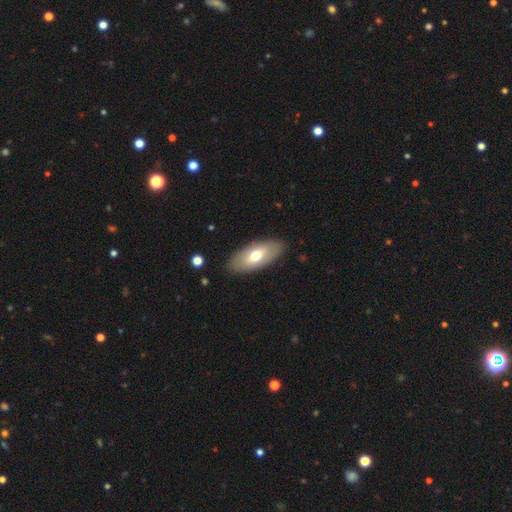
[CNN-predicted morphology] smooth-or-featured: smooth: 64% | featured or disk: 30% | star or artifact: 6%
  how-rounded: in between: 87% | cigar-shaped: 11% | round: 3%
  merging: none: 87% | minor disturbance: 9% | major disturbance: 2% | merger: 1%